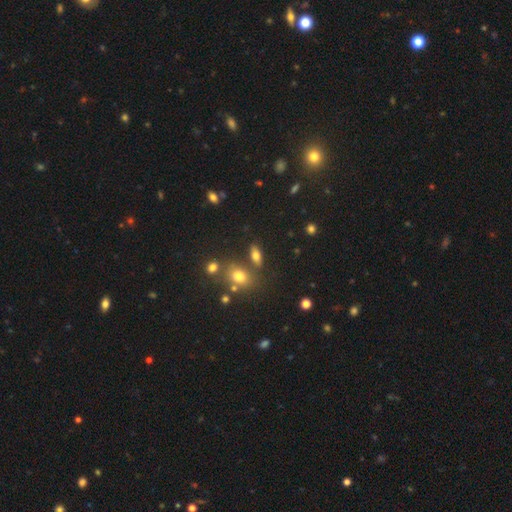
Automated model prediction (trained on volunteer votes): smooth_or_featured: smooth (p=0.72) [alt: featured or disk p=0.16]
how_rounded: in between (p=0.77) [alt: cigar-shaped p=0.14]
merging: none (p=0.71) [alt: minor disturbance p=0.12]